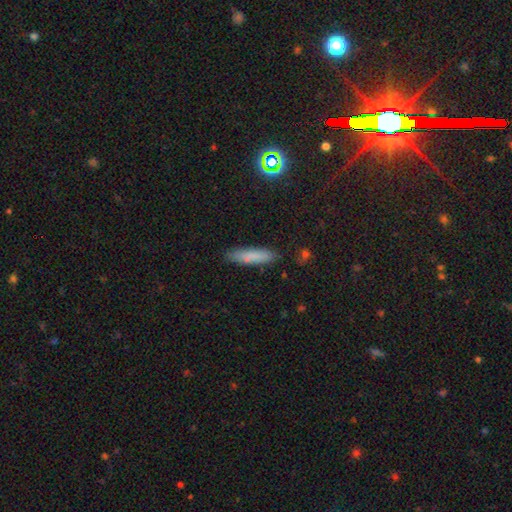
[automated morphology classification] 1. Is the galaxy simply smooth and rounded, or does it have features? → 80% smooth, 12% featured or disk, 8% star or artifact.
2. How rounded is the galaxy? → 80% cigar-shaped, 18% in between, 2% round.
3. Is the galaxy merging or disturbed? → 84% none, 12% minor disturbance, 2% major disturbance, 2% merger.